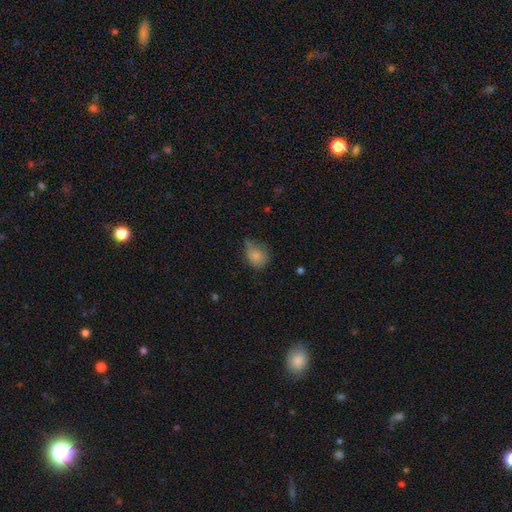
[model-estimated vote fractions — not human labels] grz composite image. It shows a smooth galaxy with no disk features (80%) that is round (51%). Merging: none (43%).